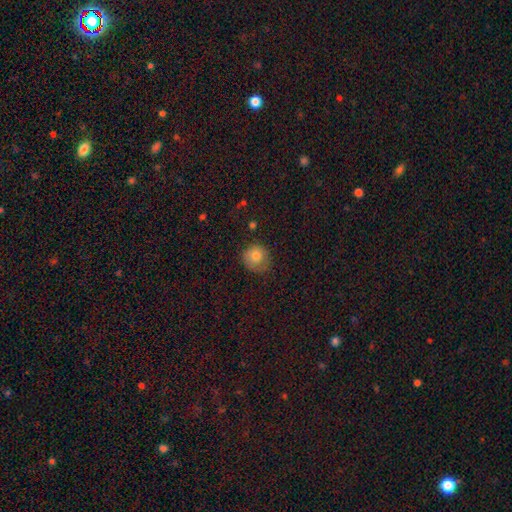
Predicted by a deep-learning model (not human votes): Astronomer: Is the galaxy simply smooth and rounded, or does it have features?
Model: smooth — 78%.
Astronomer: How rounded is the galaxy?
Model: round — 88%.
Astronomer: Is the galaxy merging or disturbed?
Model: none — 71%.